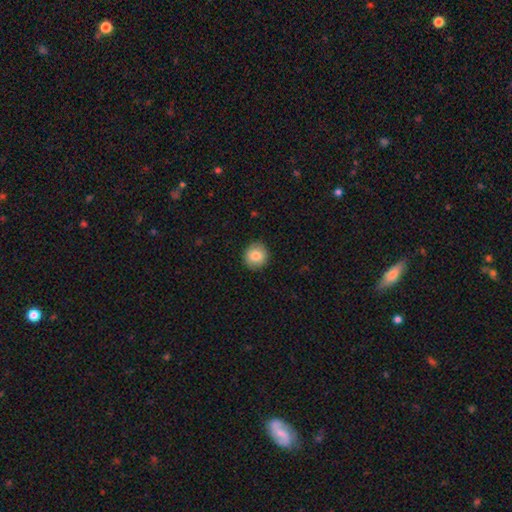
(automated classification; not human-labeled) Smooth or featured?
  - smooth: 83% *
  - featured or disk: 9%
  - star or artifact: 8%
How rounded?
  - round: 90% *
  - in between: 9%
  - cigar-shaped: 1%
Merging?
  - none: 90% *
  - minor disturbance: 7%
  - major disturbance: 2%
  - merger: 1%